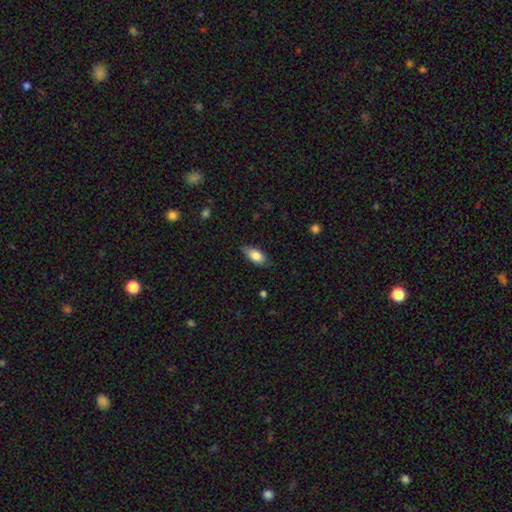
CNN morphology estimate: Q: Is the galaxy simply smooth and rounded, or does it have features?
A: smooth — 81%.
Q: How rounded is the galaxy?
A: in between — 87%.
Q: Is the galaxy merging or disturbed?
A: none — 75%.